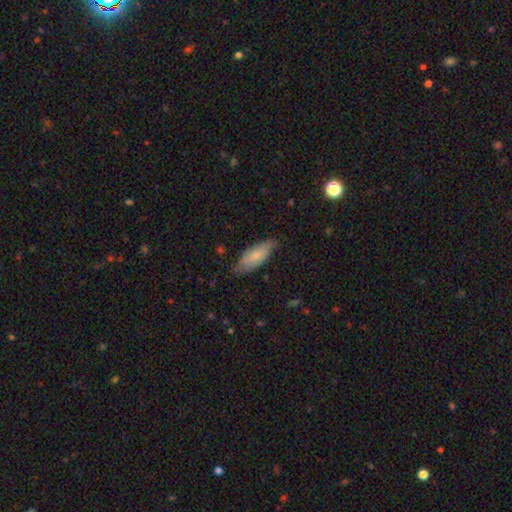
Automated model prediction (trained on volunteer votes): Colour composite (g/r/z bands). It shows a smooth galaxy with no disk features (66%) that is in between round and cigar-shaped (75%). Merging: none (69%).